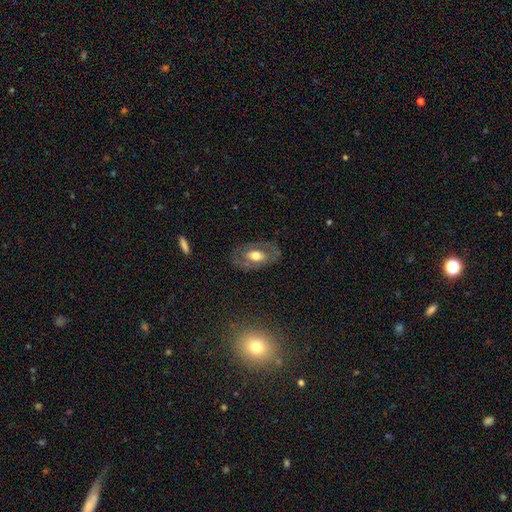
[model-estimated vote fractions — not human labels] Smooth or featured? Predicted: featured or disk (p=0.51). Edge-on disk? Predicted: no (p=0.90). Merging? Predicted: none (p=0.77).